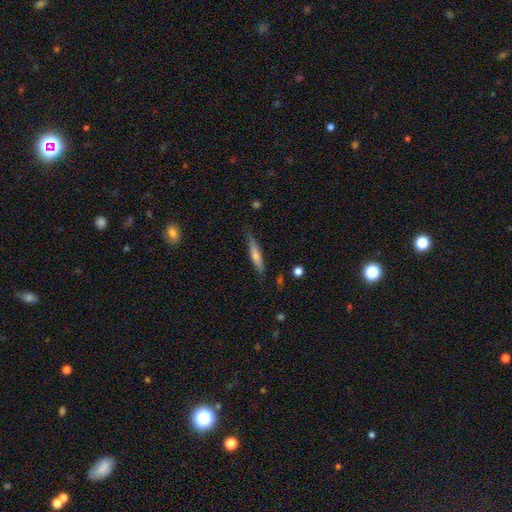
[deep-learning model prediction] The model was most divided on "smooth or featured": smooth: 59%, featured or disk: 35%, star or artifact: 6%. More confident: how rounded — cigar-shaped (88%); merging — none (78%).